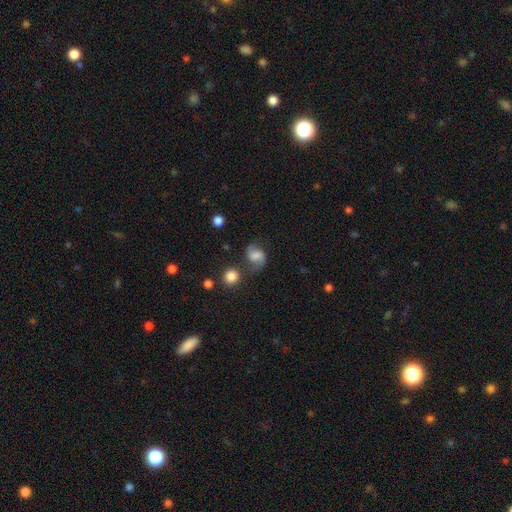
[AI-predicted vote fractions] A featured or disk galaxy (48%). Merging: none (62%).